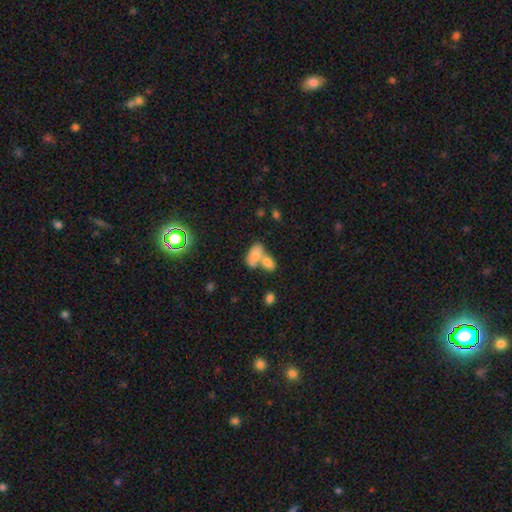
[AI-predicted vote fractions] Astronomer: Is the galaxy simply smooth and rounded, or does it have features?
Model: smooth — 72%.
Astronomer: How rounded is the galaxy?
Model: in between — 90%.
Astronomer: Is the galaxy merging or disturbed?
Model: merger — 63%.